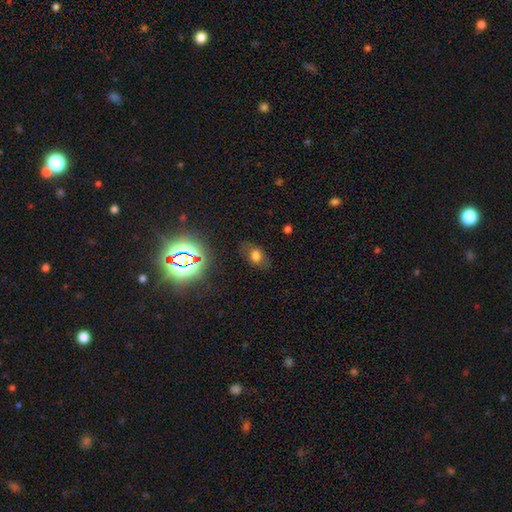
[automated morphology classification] Smooth or featured?
  - smooth: 64% *
  - star or artifact: 22%
  - featured or disk: 14%
How rounded?
  - in between: 76% *
  - round: 22%
  - cigar-shaped: 2%
Merging?
  - none: 74% *
  - minor disturbance: 17%
  - major disturbance: 7%
  - merger: 2%